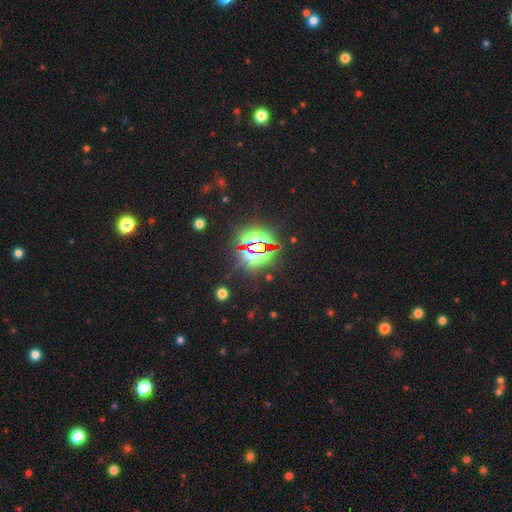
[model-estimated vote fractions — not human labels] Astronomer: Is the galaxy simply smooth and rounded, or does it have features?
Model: star or artifact — 85%.